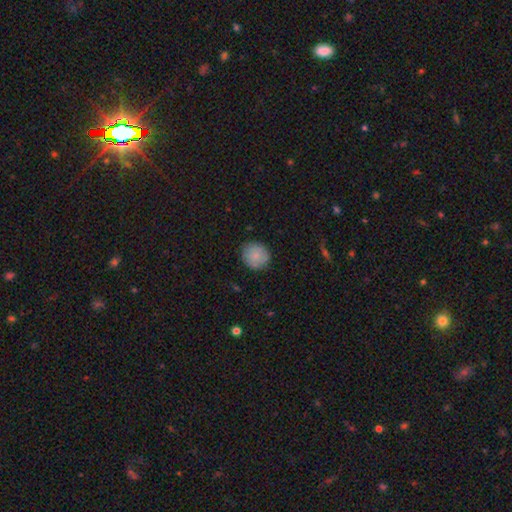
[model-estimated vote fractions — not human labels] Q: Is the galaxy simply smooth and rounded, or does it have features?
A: smooth — 83%.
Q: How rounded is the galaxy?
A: round — 89%.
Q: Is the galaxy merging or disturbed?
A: none — 84%.